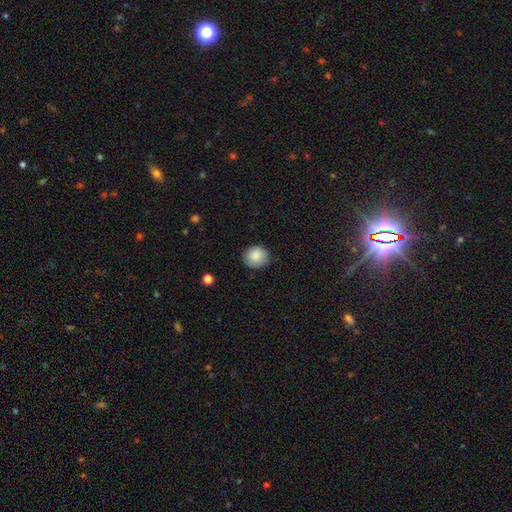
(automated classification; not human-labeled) Q: Smooth or featured?
A: smooth (87%); runner-up: star or artifact (8%)
Q: How rounded?
A: round (86%); runner-up: in between (13%)
Q: Merging?
A: none (85%); runner-up: minor disturbance (12%)